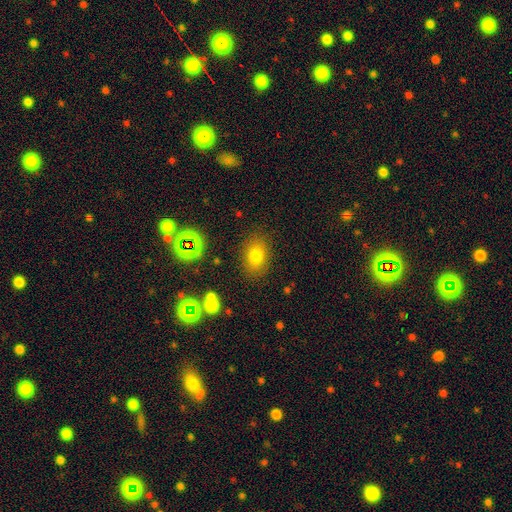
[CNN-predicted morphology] Smooth or featured?
  - smooth: 76% *
  - star or artifact: 14%
  - featured or disk: 10%
How rounded?
  - in between: 71% *
  - round: 28%
  - cigar-shaped: 1%
Merging?
  - none: 83% *
  - minor disturbance: 11%
  - major disturbance: 4%
  - merger: 3%